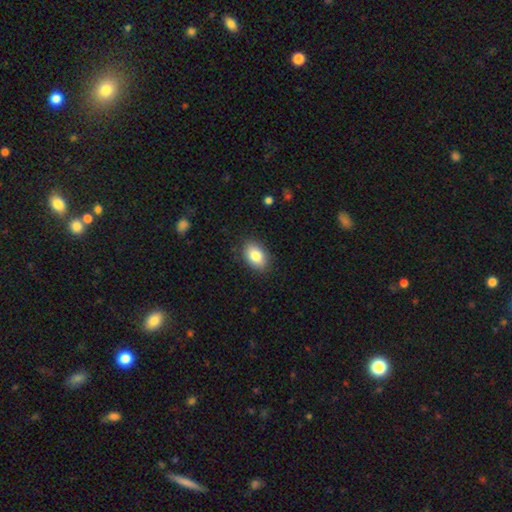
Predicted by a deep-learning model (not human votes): This is clearly a smooth galaxy (85%). How rounded: clearly in between (89%). Merging: clearly none (86%).